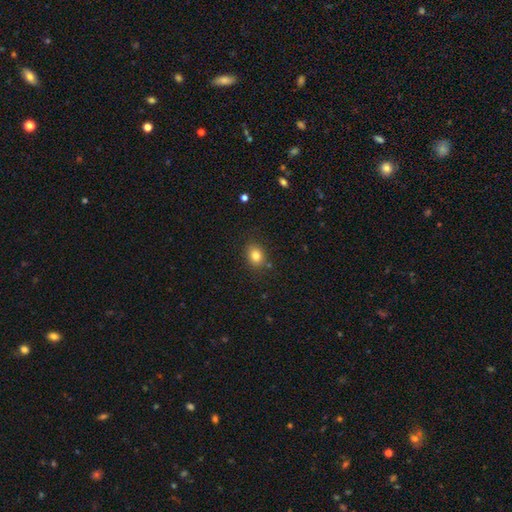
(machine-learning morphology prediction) The model was most divided on "how rounded": in between: 51%, round: 48%, cigar-shaped: 1%. More confident: merging — none (82%); smooth or featured — smooth (82%).